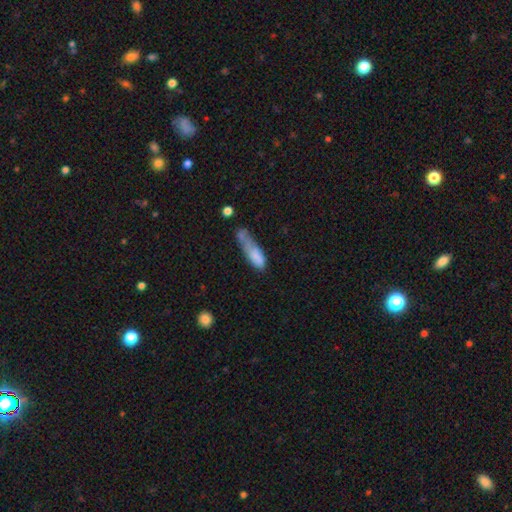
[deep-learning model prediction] The model was most divided on "merging": major disturbance: 30%, minor disturbance: 29%, none: 23%, merger: 18%. More confident: smooth or featured — smooth (73%); how rounded — in between (52%).